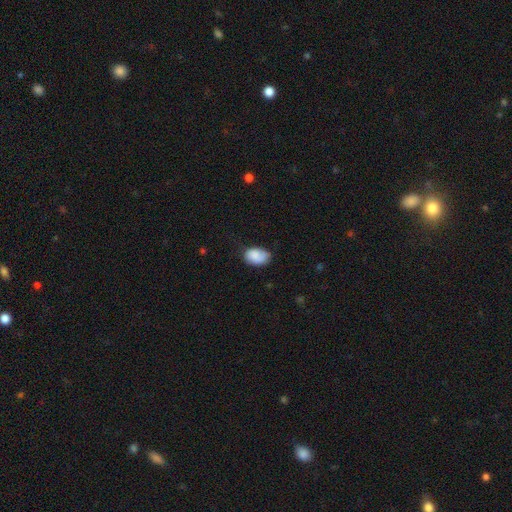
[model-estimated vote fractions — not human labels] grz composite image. It shows a smooth galaxy with no disk features (82%) that is in between round and cigar-shaped (83%). Merging: none (59%).